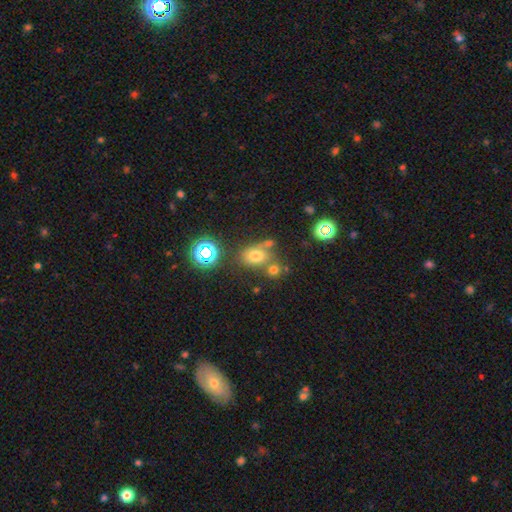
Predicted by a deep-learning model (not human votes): This appears to be a smooth galaxy with no disk features (66%) that is in between round and cigar-shaped (54%). Merging: none (59%).